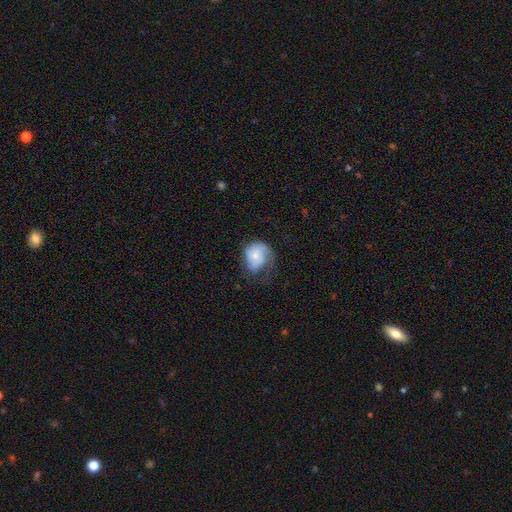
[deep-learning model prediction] Smooth or featured? Predicted: smooth (p=0.52). How rounded? Predicted: round (p=0.58). Merging? Predicted: none (p=0.37).